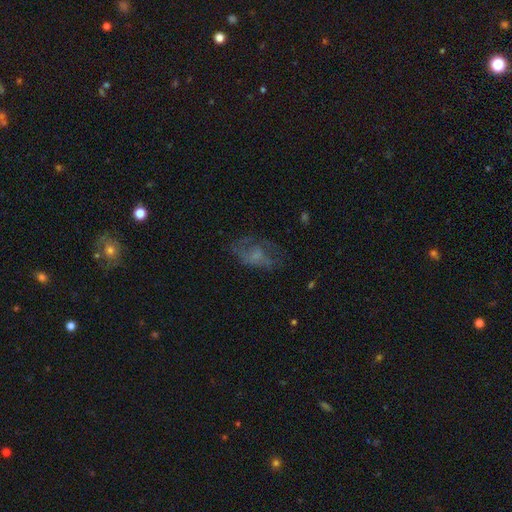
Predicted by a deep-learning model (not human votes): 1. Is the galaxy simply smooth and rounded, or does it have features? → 43% featured or disk, 41% smooth, 16% star or artifact.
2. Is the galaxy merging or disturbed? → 46% none, 30% major disturbance, 22% minor disturbance, 2% merger.